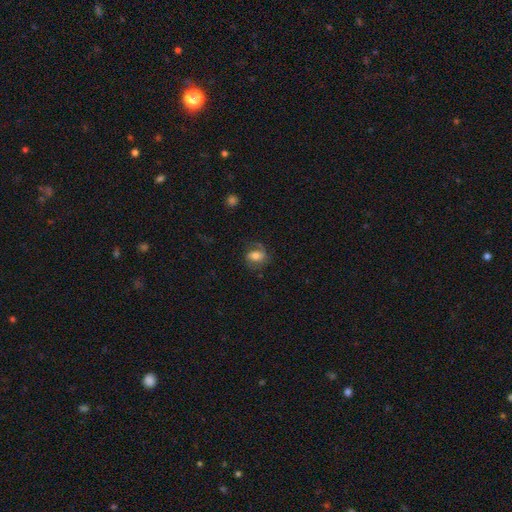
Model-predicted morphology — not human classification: smooth-or-featured: smooth: 50% | featured or disk: 41% | star or artifact: 9%
  how-rounded: in between: 60% | round: 38% | cigar-shaped: 2%
  merging: none: 61% | minor disturbance: 21% | major disturbance: 16% | merger: 2%